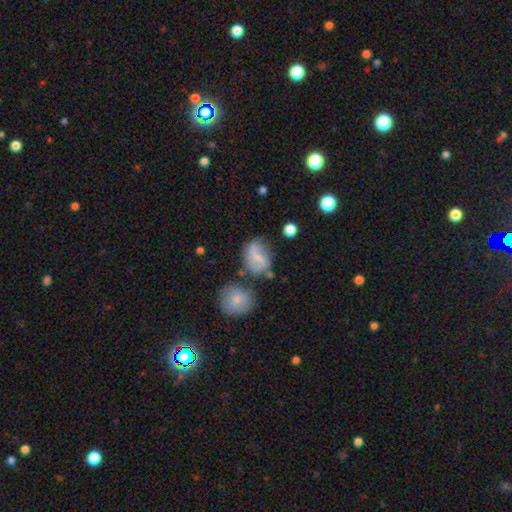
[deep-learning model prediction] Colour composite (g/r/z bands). It shows a featured or disk galaxy (46%). Merging: none (55%).